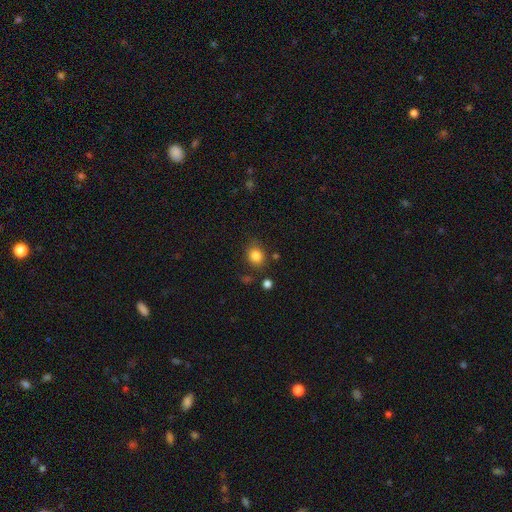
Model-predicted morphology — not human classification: Smooth or featured? Predicted: smooth (p=0.83). How rounded? Predicted: round (p=0.69). Merging? Predicted: none (p=0.78).